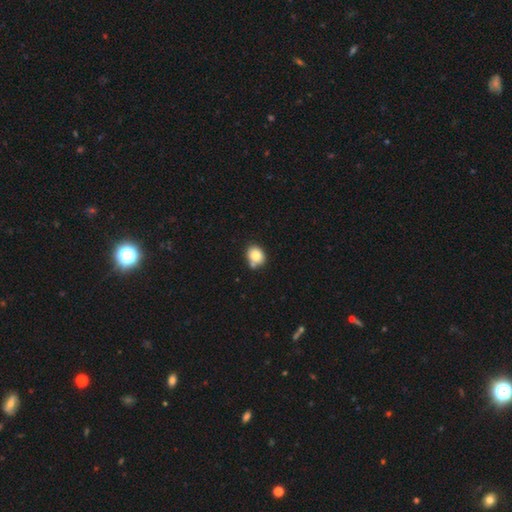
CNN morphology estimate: Smooth or featured?
  - smooth: 82% *
  - star or artifact: 10%
  - featured or disk: 9%
How rounded?
  - round: 58% *
  - in between: 41%
  - cigar-shaped: 1%
Merging?
  - none: 64% *
  - minor disturbance: 18%
  - merger: 15%
  - major disturbance: 4%